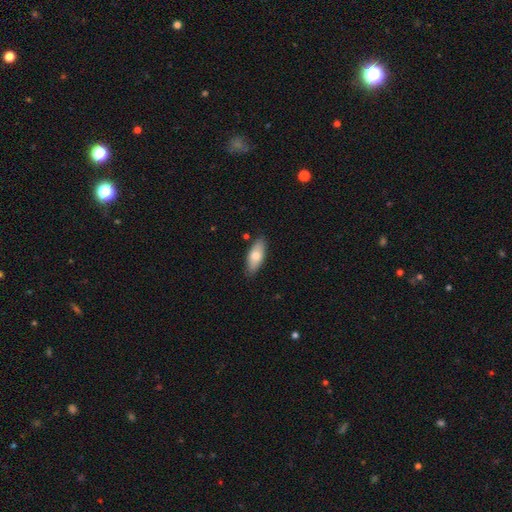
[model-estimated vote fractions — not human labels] Smooth or featured?
  - smooth: 71% *
  - featured or disk: 23%
  - star or artifact: 6%
How rounded?
  - in between: 80% *
  - cigar-shaped: 17%
  - round: 3%
Merging?
  - none: 85% *
  - minor disturbance: 11%
  - major disturbance: 2%
  - merger: 2%